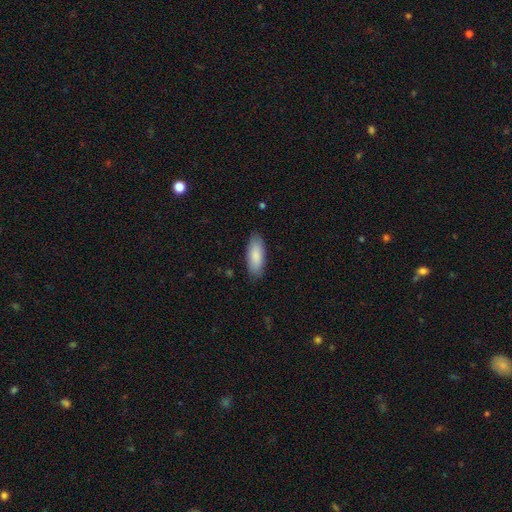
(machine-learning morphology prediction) This is clearly a smooth galaxy (86%). How rounded: likely in between (78%). Merging: clearly none (85%).